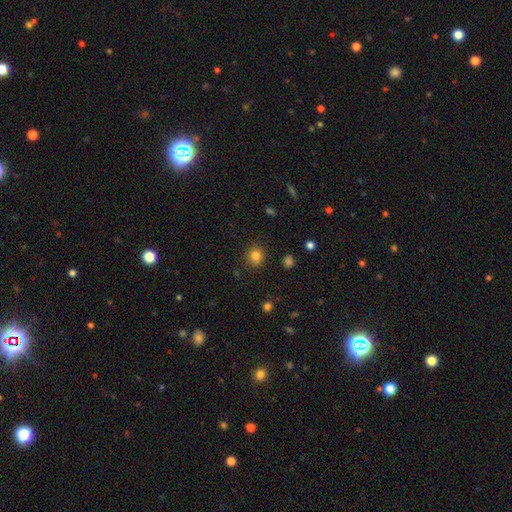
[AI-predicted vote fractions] This is clearly a smooth galaxy (81%). How rounded: clearly round (85%). Merging: clearly none (85%).